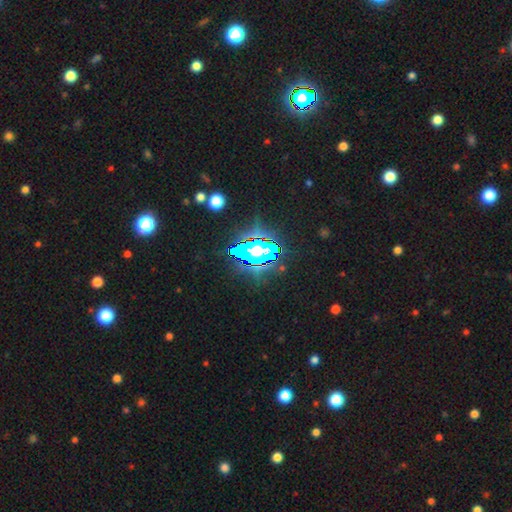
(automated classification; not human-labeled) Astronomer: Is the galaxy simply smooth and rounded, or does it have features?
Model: star or artifact — 81%.